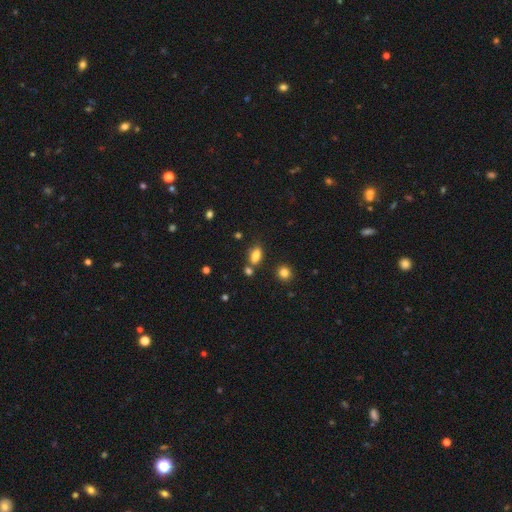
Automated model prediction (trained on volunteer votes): Q: Smooth or featured?
A: smooth (83%); runner-up: star or artifact (10%)
Q: How rounded?
A: in between (85%); runner-up: round (9%)
Q: Merging?
A: none (70%); runner-up: merger (13%)